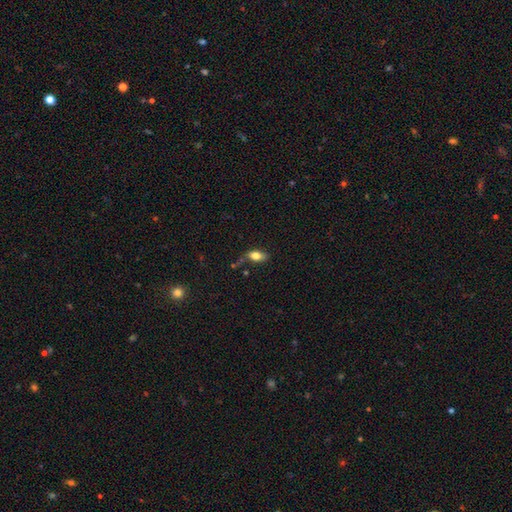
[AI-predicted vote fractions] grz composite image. It shows a smooth galaxy with no disk features (75%) that is in between round and cigar-shaped (85%). Merging: none (62%).